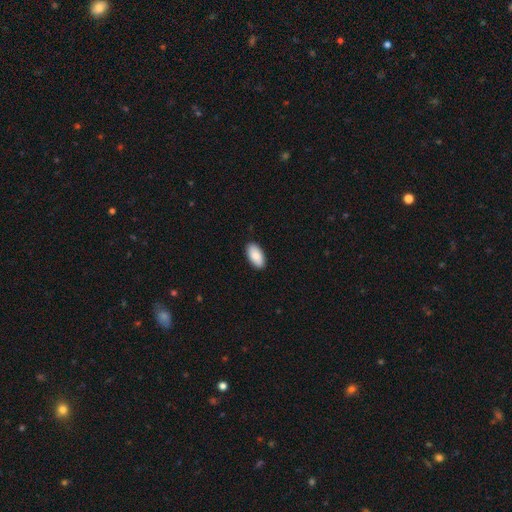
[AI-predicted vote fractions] Smooth or featured: smooth — 88% (featured or disk — 6%)
How rounded: in between — 94% (cigar-shaped — 4%)
Merging: none — 90% (minor disturbance — 7%)